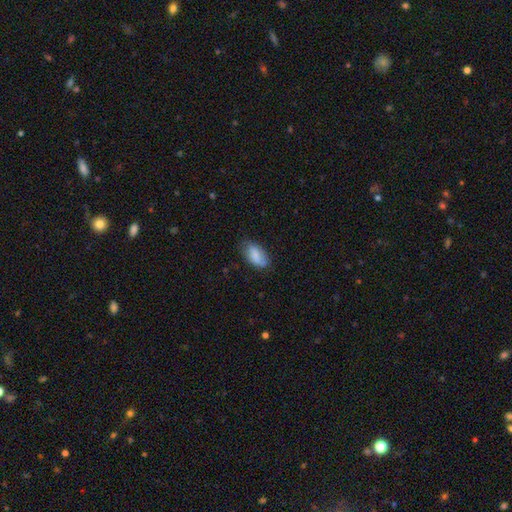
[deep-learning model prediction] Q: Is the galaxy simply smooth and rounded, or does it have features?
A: smooth — 78%.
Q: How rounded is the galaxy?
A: in between — 93%.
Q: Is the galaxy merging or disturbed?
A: none — 65%.